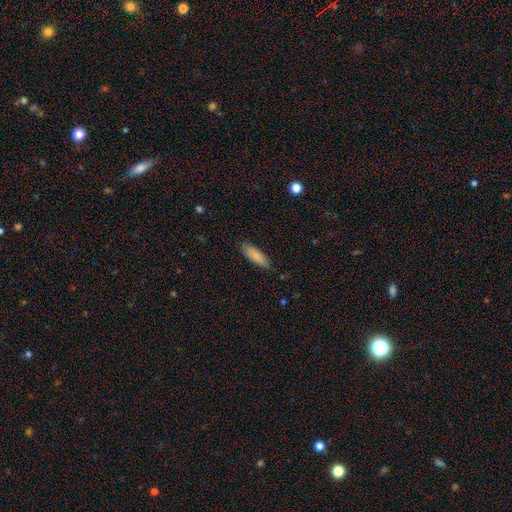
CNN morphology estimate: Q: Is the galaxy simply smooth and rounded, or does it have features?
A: smooth — 85%.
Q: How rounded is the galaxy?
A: in between — 55%.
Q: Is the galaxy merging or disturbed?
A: none — 84%.